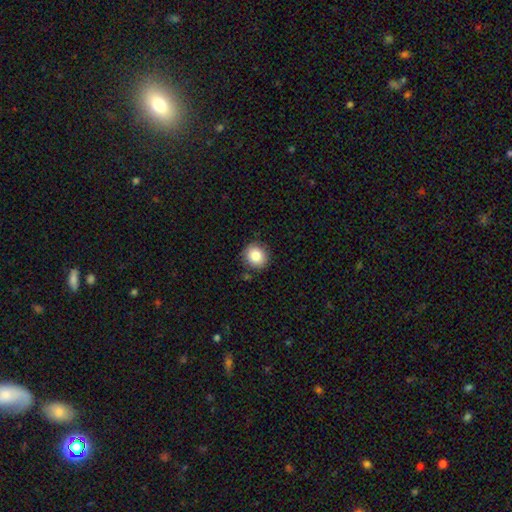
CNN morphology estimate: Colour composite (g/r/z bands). It shows a smooth galaxy with no disk features (84%) that is round (85%). Merging: none (87%).